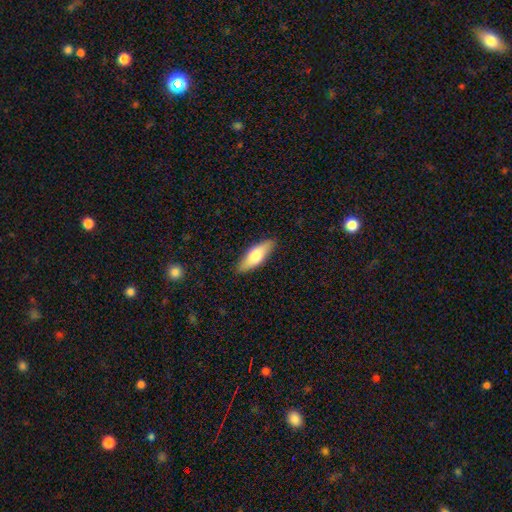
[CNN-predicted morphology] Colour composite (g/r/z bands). It shows a smooth galaxy with no disk features (70%) that is in between round and cigar-shaped (63%). Merging: none (87%).